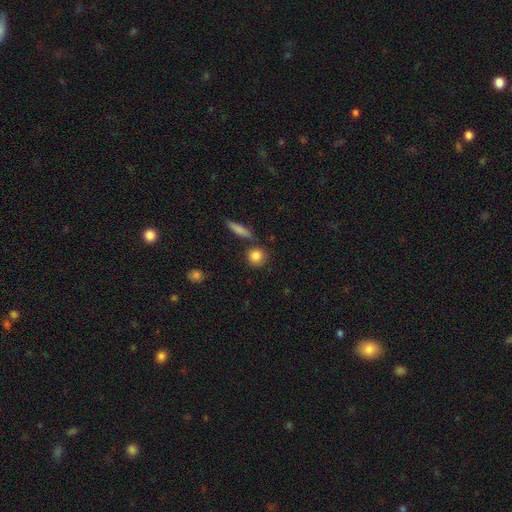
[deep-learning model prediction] This appears to be a smooth galaxy with no disk features (85%) that is round (84%). Merging: none (79%).